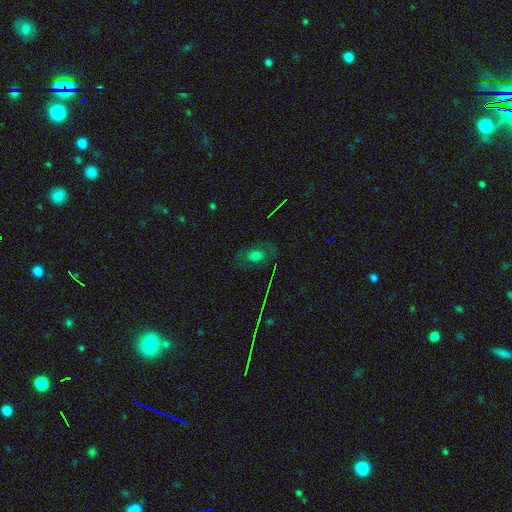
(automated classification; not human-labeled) The model was most divided on "smooth or featured": smooth: 46%, featured or disk: 34%, star or artifact: 21%. More confident: merging — none (74%).